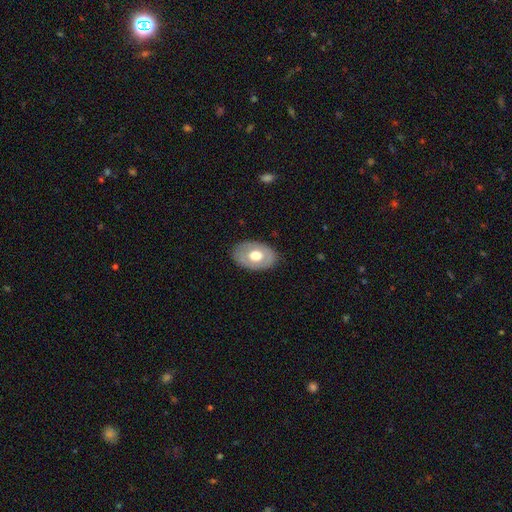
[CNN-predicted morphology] A smooth galaxy with no disk features (54%) that is in between round and cigar-shaped (84%). Merging: none (82%).